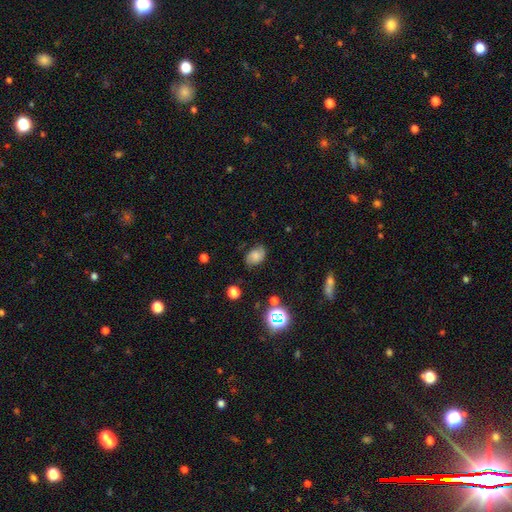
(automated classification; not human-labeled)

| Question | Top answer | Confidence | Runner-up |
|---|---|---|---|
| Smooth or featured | smooth | 56% | featured or disk (30%) |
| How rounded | in between | 76% | round (23%) |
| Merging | none | 69% | minor disturbance (22%) |